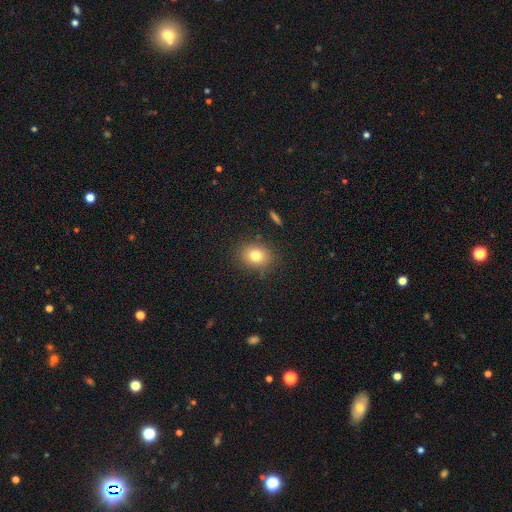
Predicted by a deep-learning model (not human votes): Smooth or featured: smooth — 78% (star or artifact — 12%)
How rounded: round — 54% (in between — 45%)
Merging: none — 85% (minor disturbance — 10%)